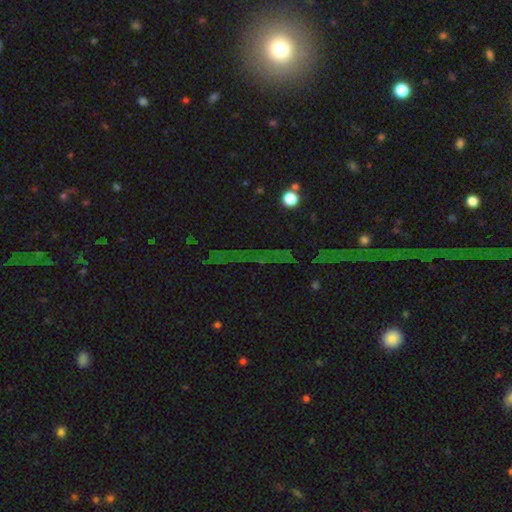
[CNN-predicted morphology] Smooth or featured? star or artifact (71%)